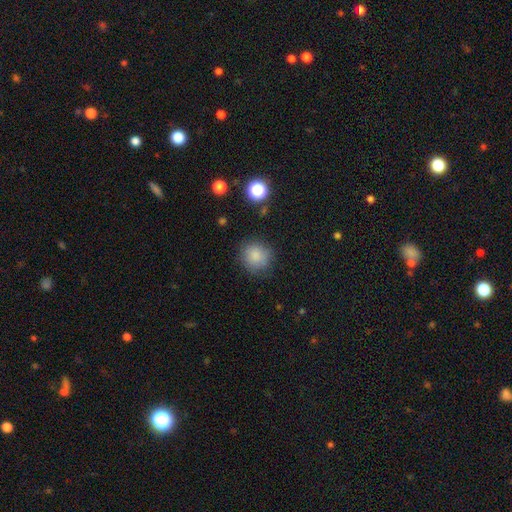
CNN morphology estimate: Smooth or featured? smooth (84%)
How rounded? round (88%)
Merging? none (80%)